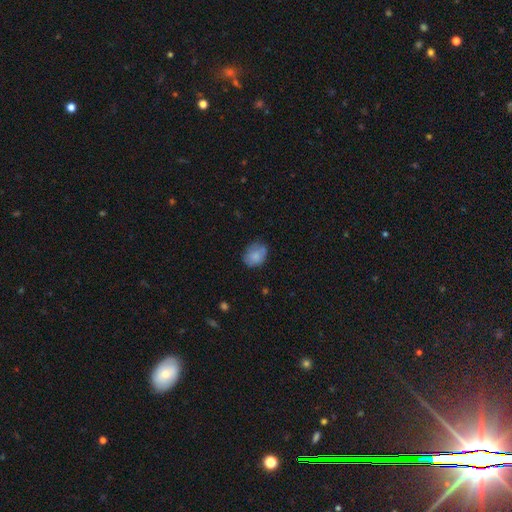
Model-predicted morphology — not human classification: Smooth or featured: smooth — 80% (featured or disk — 12%)
How rounded: in between — 61% (round — 38%)
Merging: none — 66% (minor disturbance — 25%)